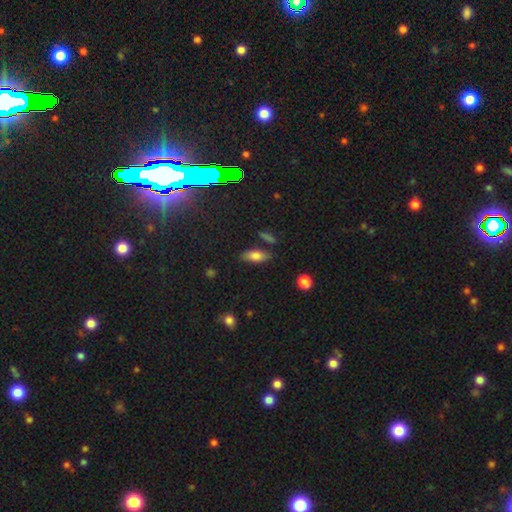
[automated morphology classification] Q: Smooth or featured?
A: smooth (76%); runner-up: featured or disk (14%)
Q: How rounded?
A: in between (78%); runner-up: cigar-shaped (18%)
Q: Merging?
A: none (77%); runner-up: minor disturbance (14%)